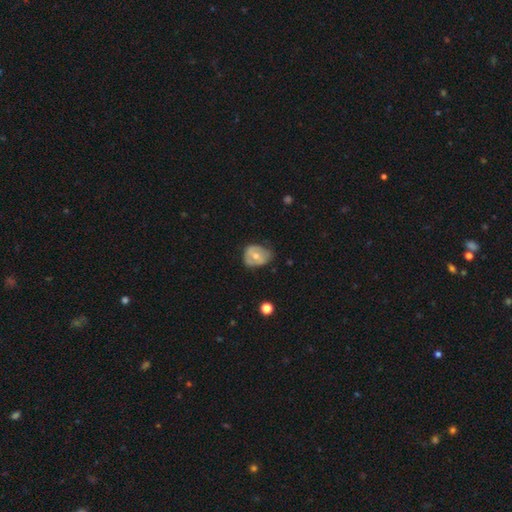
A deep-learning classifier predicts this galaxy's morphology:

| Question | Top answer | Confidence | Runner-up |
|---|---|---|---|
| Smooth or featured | smooth | 54% | featured or disk (38%) |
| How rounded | in between | 50% | round (49%) |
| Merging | none | 43% | minor disturbance (42%) |